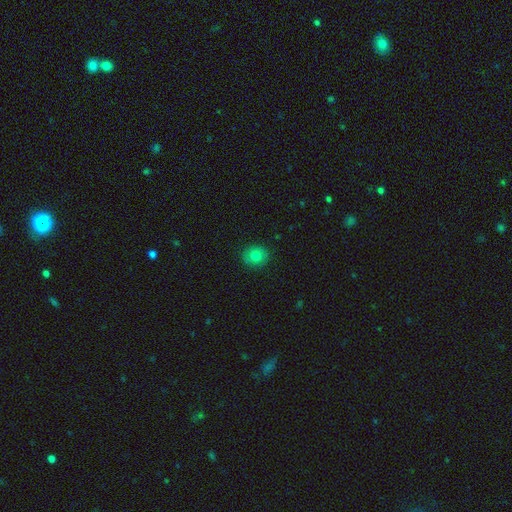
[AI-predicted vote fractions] Morphology: type=smooth (77%); roundness=round (79%); merging=none (88%).